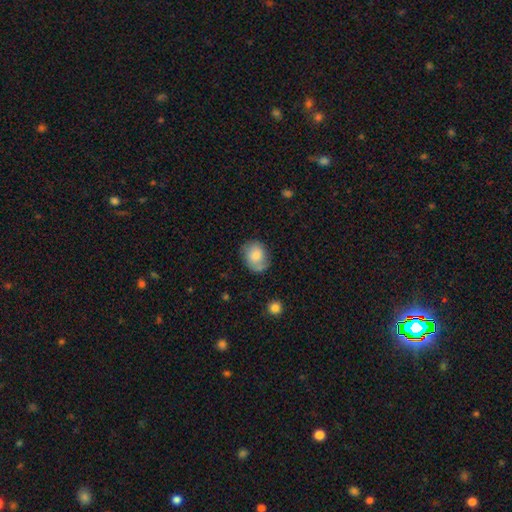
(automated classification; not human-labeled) Smooth or featured? Predicted: smooth (p=0.76). How rounded? Predicted: round (p=0.53). Merging? Predicted: none (p=0.63).